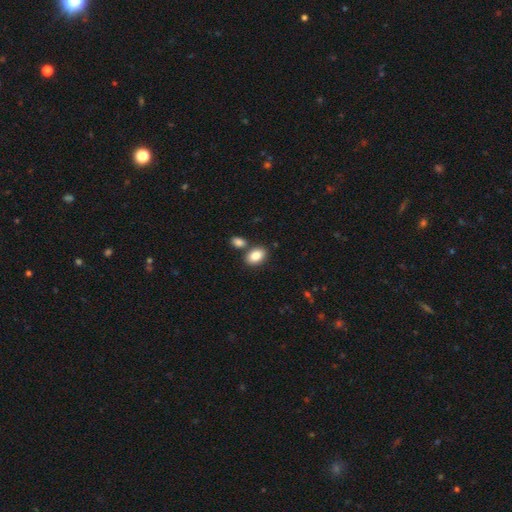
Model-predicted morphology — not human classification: This appears to be a smooth galaxy with no disk features (85%) that is in between round and cigar-shaped (86%). Merging: none (72%).